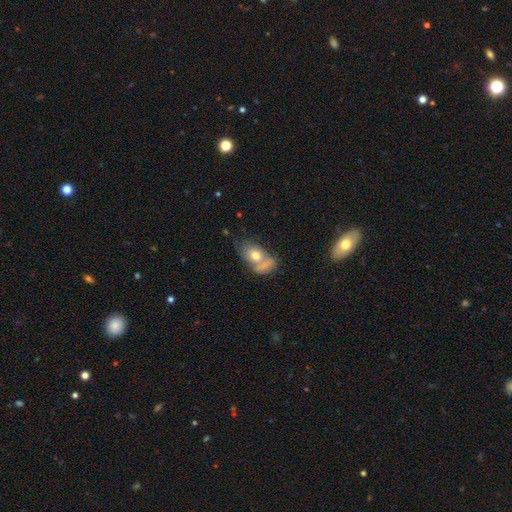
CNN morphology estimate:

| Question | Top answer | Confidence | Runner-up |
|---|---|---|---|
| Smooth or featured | smooth | 72% | featured or disk (20%) |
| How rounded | in between | 77% | round (20%) |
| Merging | merger | 46% | none (30%) |